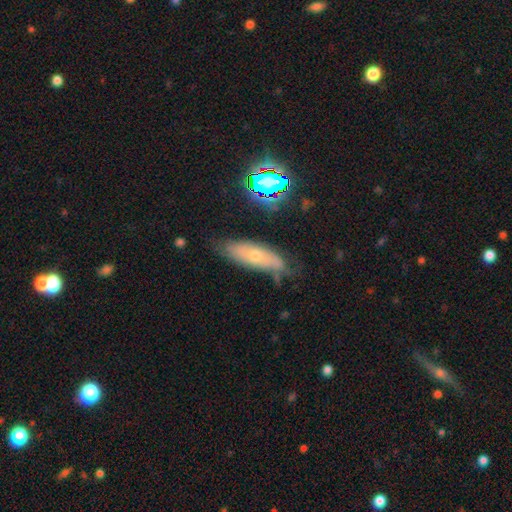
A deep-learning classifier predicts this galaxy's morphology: The model was most divided on "smooth or featured": smooth: 47%, featured or disk: 40%, star or artifact: 13%. More confident: merging — none (64%).